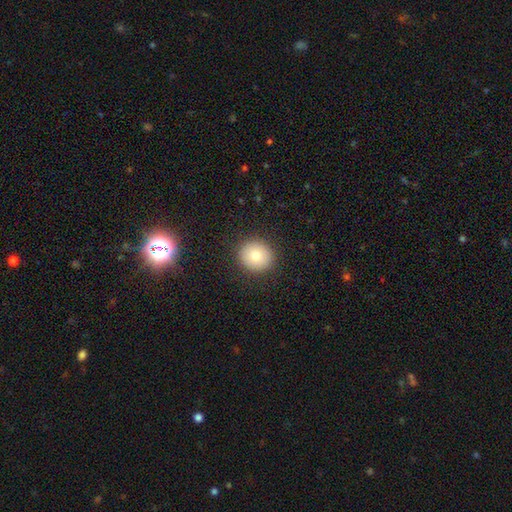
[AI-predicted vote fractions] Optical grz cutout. It shows a smooth galaxy with no disk features (76%) that is round (87%). Merging: none (90%).